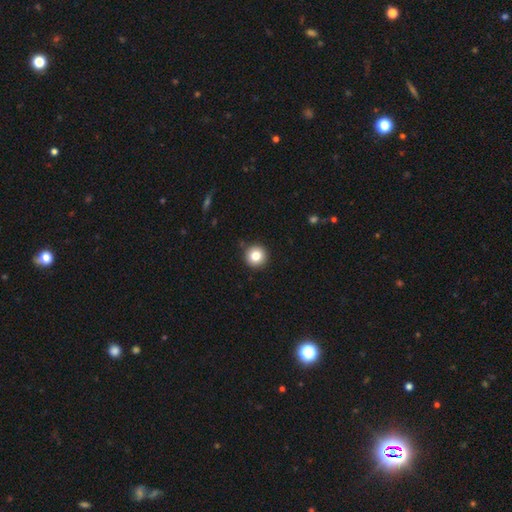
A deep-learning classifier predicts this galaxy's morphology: A smooth galaxy with no disk features (82%) that is round (96%). Merging: none (91%).